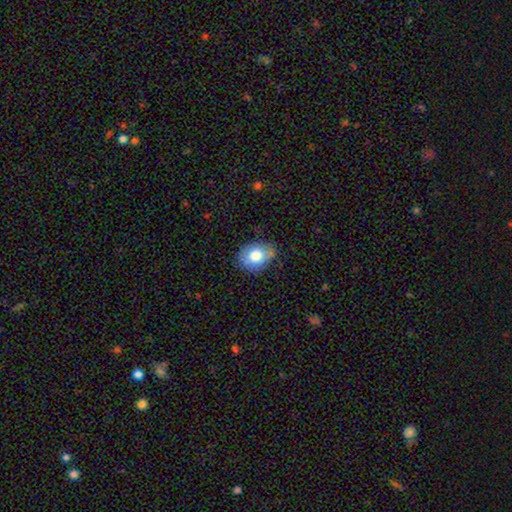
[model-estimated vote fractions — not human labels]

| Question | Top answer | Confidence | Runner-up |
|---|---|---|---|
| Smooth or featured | smooth | 76% | featured or disk (16%) |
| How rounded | in between | 60% | round (39%) |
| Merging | none | 68% | minor disturbance (24%) |